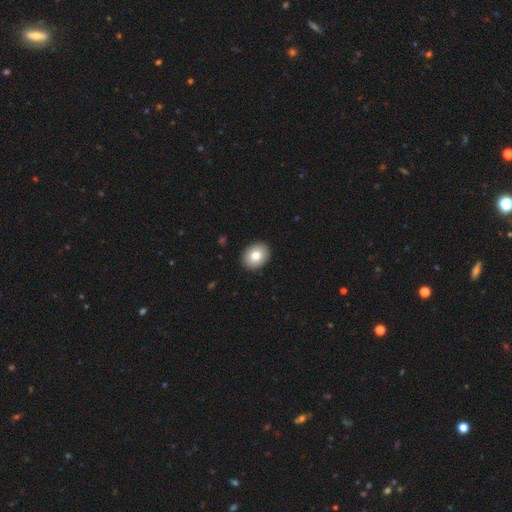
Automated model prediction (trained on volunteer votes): smooth-or-featured: smooth: 81% | featured or disk: 11% | star or artifact: 8%
  how-rounded: in between: 58% | round: 41% | cigar-shaped: 1%
  merging: none: 91% | minor disturbance: 6% | major disturbance: 2% | merger: 1%